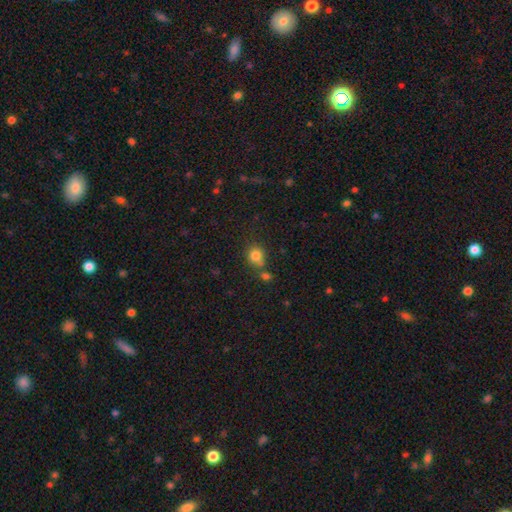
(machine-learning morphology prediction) smooth_or_featured: smooth (p=0.81) [alt: star or artifact p=0.12]
how_rounded: round (p=0.82) [alt: in between p=0.17]
merging: none (p=0.58) [alt: merger p=0.23]